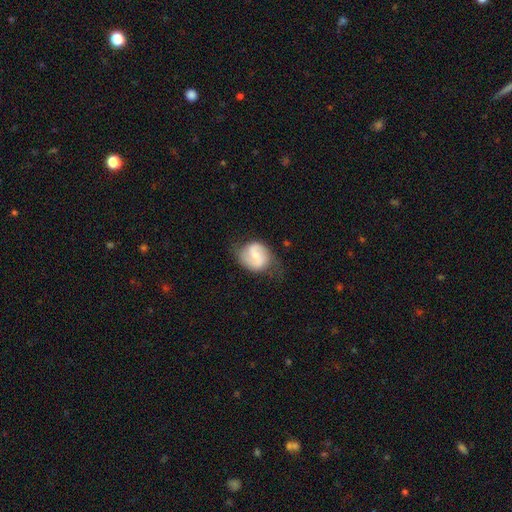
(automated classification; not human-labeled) Smooth or featured?
  - featured or disk: 60% *
  - smooth: 34%
  - star or artifact: 6%
Edge-on disk?
  - no: 98% *
  - yes: 2%
Bar?
  - weak: 52% *
  - no: 29%
  - strong: 20%
Spiral arms?
  - yes: 87% *
  - no: 13%
Spiral winding?
  - medium: 46% *
  - loose: 35%
  - tight: 19%
Spiral arm count?
  - 2: 86% *
  - can't tell: 8%
  - 1: 3%
  - 3: 1%
  - 4: 1%
  - more than 4: 1%
Bulge size?
  - small: 52% *
  - moderate: 38%
  - none: 7%
  - large: 3%
  - dominant: 1%
Merging?
  - none: 59% *
  - minor disturbance: 28%
  - major disturbance: 11%
  - merger: 2%